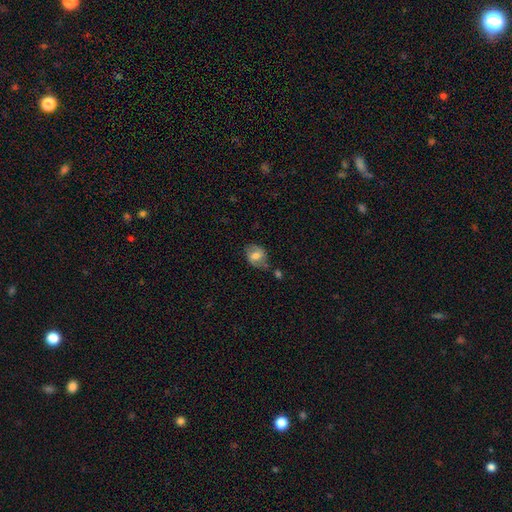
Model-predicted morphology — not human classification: A smooth galaxy with no disk features (62%) that is in between round and cigar-shaped (56%). Merging: none (59%).